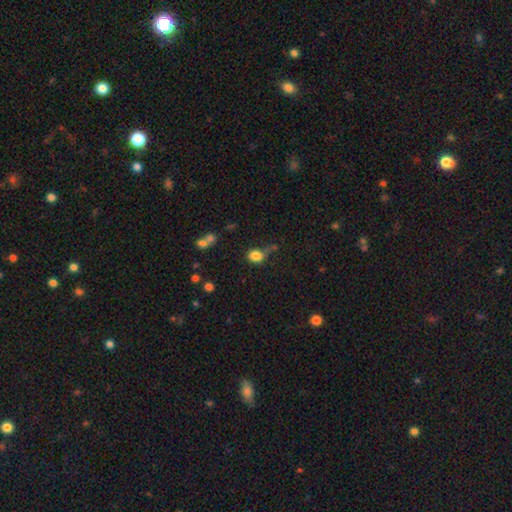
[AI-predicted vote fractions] smooth 82%, star or artifact 11%, featured or disk 7%. Down the decision tree: how rounded — round (59%); merging — none (51%).